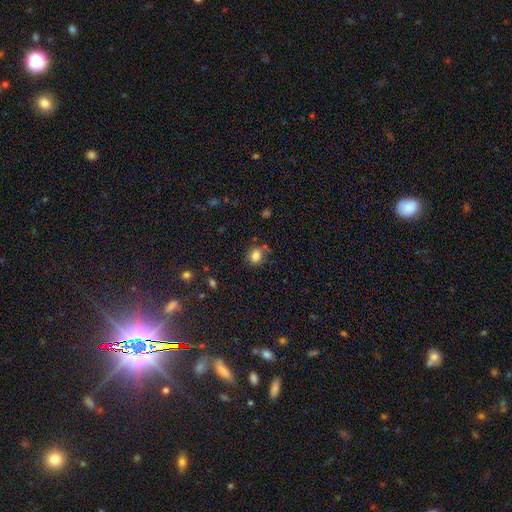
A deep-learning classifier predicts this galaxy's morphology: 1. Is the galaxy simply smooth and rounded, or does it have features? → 82% smooth, 12% star or artifact, 6% featured or disk.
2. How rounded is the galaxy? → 66% round, 33% in between, 1% cigar-shaped.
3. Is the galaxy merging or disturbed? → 70% none, 19% minor disturbance, 5% major disturbance, 5% merger.